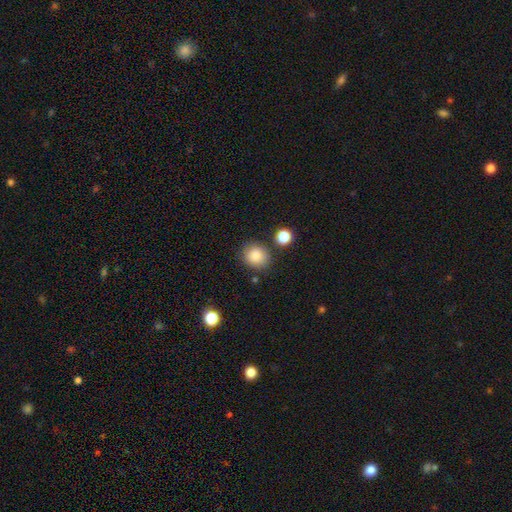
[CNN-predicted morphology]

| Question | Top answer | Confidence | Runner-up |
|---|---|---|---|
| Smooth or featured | smooth | 86% | star or artifact (9%) |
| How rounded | round | 78% | in between (21%) |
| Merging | none | 80% | minor disturbance (12%) |